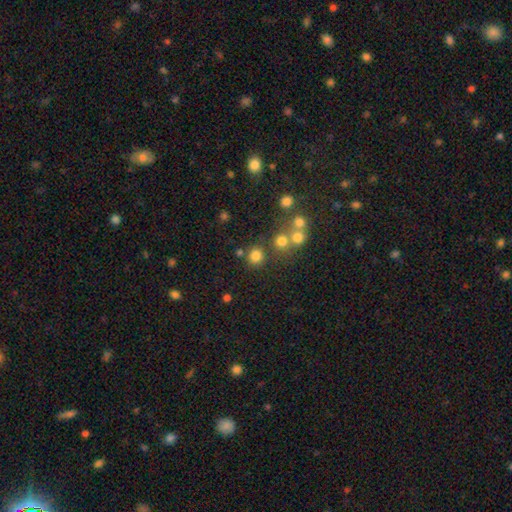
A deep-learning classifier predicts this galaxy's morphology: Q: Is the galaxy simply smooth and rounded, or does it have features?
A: smooth — 78%.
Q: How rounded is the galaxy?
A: round — 89%.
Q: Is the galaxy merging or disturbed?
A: none — 77%.